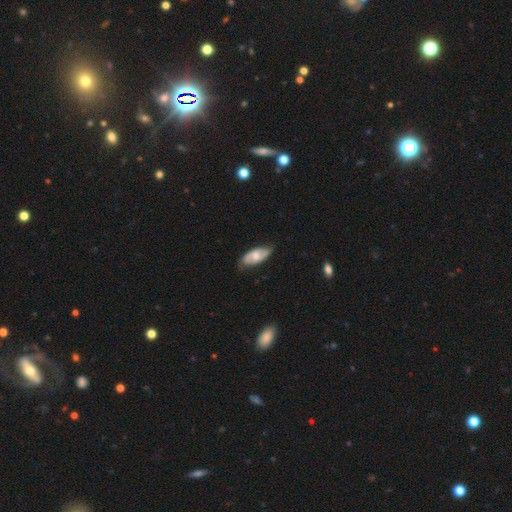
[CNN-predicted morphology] Overall: featured or disk (54%; smooth 40%). Edge-on disk: no (89%). Merging: none (75%).